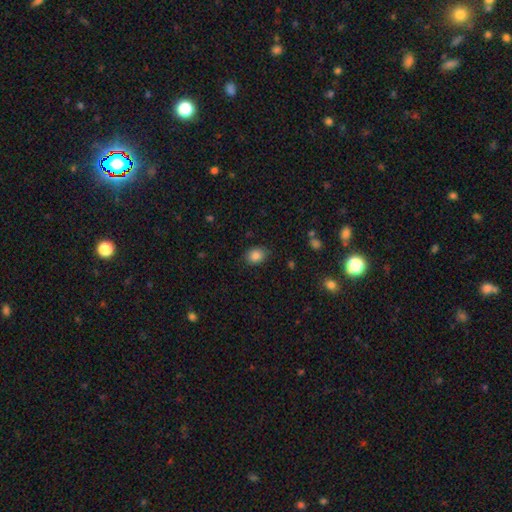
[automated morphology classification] smooth_or_featured: smooth (p=0.86) [alt: star or artifact p=0.09]
how_rounded: in between (p=0.54) [alt: round p=0.45]
merging: none (p=0.84) [alt: minor disturbance p=0.12]